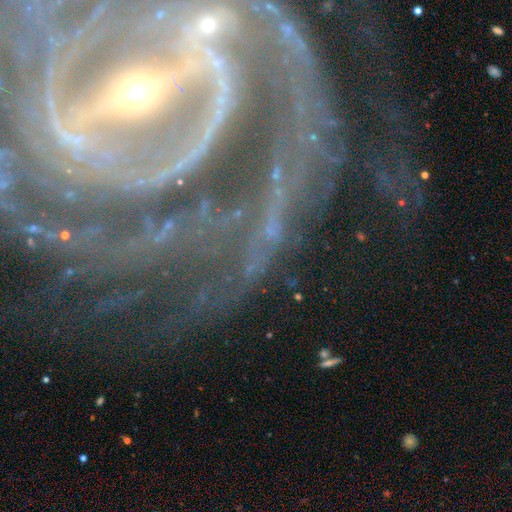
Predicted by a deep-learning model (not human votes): Smooth or featured? Predicted: featured or disk (p=0.77). Edge-on disk? Predicted: no (p=0.91). Bar? Predicted: strong (p=0.61). Spiral arms? Predicted: yes (p=0.89). Spiral winding? Predicted: tight (p=0.53). Spiral arm count? Predicted: 2 (p=0.34). Bulge size? Predicted: small (p=0.56). Merging? Predicted: none (p=0.65).